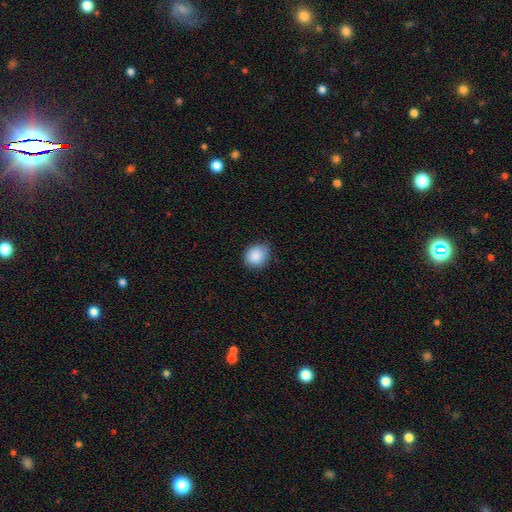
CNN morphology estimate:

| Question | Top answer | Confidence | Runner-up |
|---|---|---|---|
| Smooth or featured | smooth | 88% | star or artifact (8%) |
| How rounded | round | 66% | in between (33%) |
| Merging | none | 76% | minor disturbance (20%) |